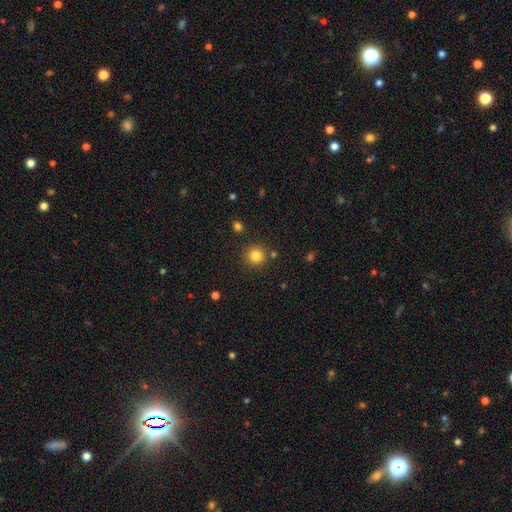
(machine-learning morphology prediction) type=smooth (83%); roundness=round (94%); merging=none (87%).